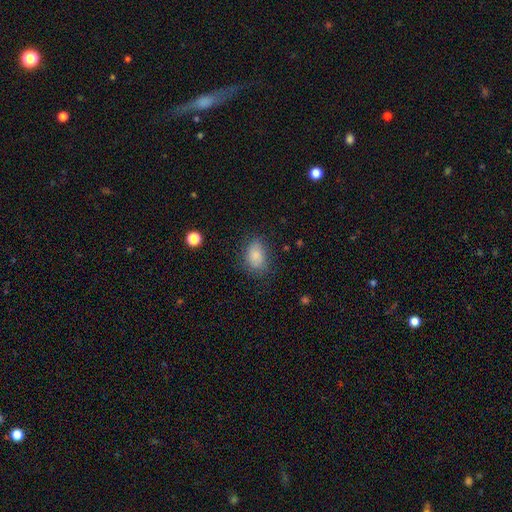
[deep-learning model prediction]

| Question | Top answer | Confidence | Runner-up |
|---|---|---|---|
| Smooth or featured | smooth | 83% | star or artifact (9%) |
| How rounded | in between | 82% | round (16%) |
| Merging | none | 75% | minor disturbance (18%) |